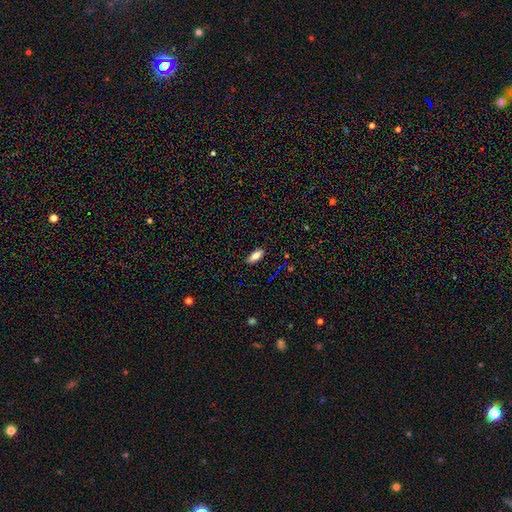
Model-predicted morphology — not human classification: smooth-or-featured: smooth: 80% | featured or disk: 12% | star or artifact: 8%
  how-rounded: in between: 77% | cigar-shaped: 21% | round: 3%
  merging: none: 87% | minor disturbance: 10% | major disturbance: 2% | merger: 1%